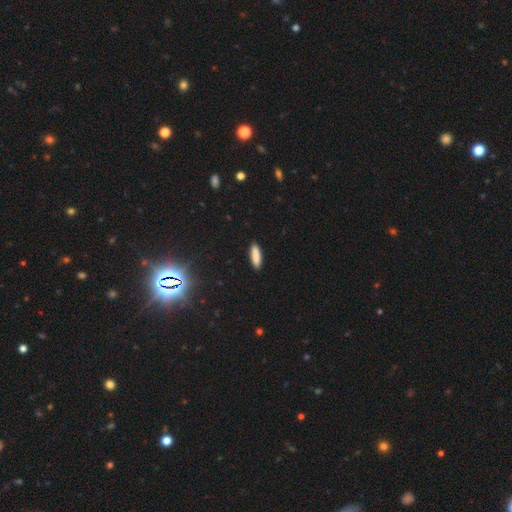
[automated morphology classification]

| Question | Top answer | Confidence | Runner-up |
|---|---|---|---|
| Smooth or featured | smooth | 87% | star or artifact (7%) |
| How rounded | cigar-shaped | 51% | in between (47%) |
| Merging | none | 90% | minor disturbance (8%) |